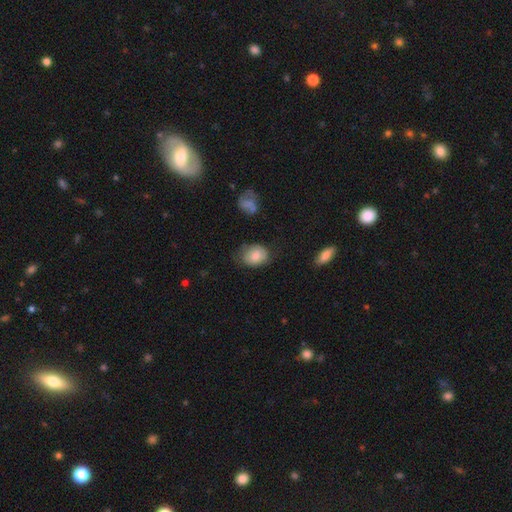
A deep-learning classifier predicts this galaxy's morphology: smooth-or-featured: smooth: 82% | featured or disk: 10% | star or artifact: 7%
  how-rounded: in between: 61% | round: 38% | cigar-shaped: 1%
  merging: none: 60% | minor disturbance: 29% | major disturbance: 8% | merger: 2%